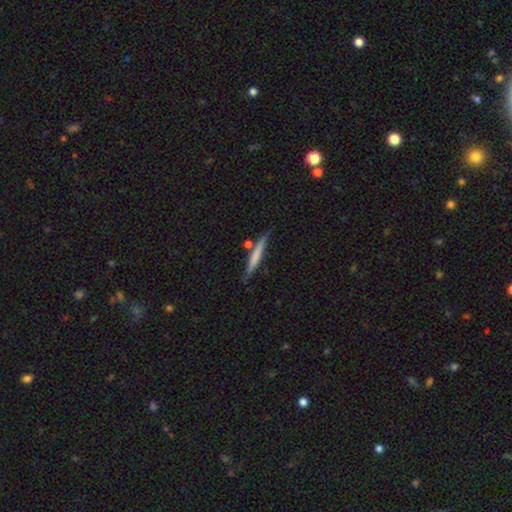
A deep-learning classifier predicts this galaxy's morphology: Smooth or featured? Predicted: smooth (p=0.59). How rounded? Predicted: cigar-shaped (p=0.94). Merging? Predicted: none (p=0.77).